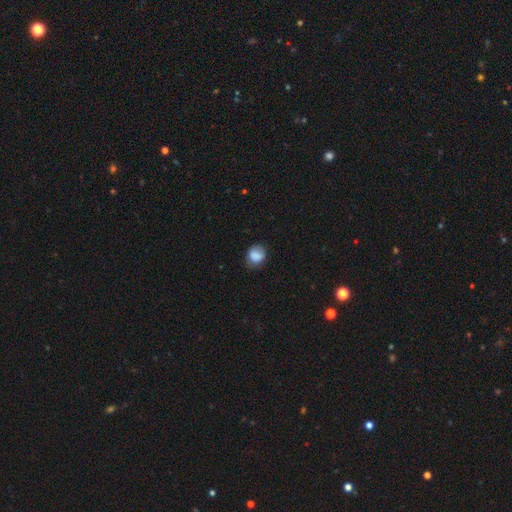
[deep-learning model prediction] A smooth galaxy with no disk features (82%) that is round (62%). Merging: none (64%).